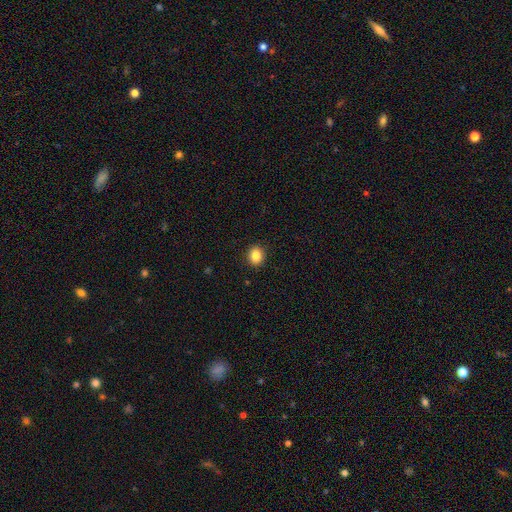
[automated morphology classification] type=smooth (85%); roundness=round (70%); merging=none (92%).